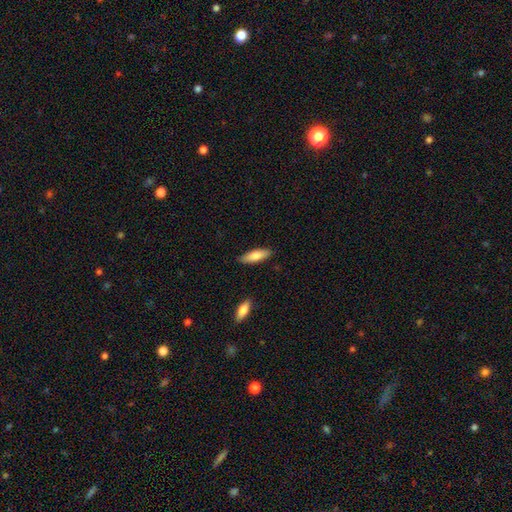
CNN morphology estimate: A smooth galaxy with no disk features (81%) that is in between round and cigar-shaped (52%).

Vote fractions:
- Smooth or featured? smooth: 81% / featured or disk: 14% / star or artifact: 6%
- How rounded? in between: 52% / cigar-shaped: 46% / round: 2%
- Merging? none: 86% / minor disturbance: 11% / major disturbance: 2% / merger: 2%